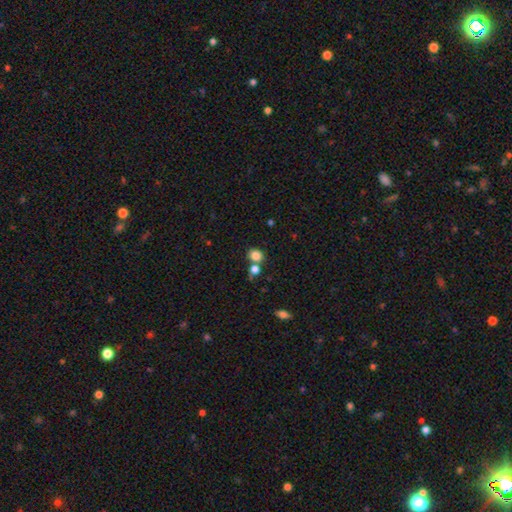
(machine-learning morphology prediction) smooth-or-featured: smooth: 83% | star or artifact: 11% | featured or disk: 6%
  how-rounded: round: 66% | in between: 33% | cigar-shaped: 1%
  merging: none: 60% | merger: 27% | minor disturbance: 10% | major disturbance: 4%